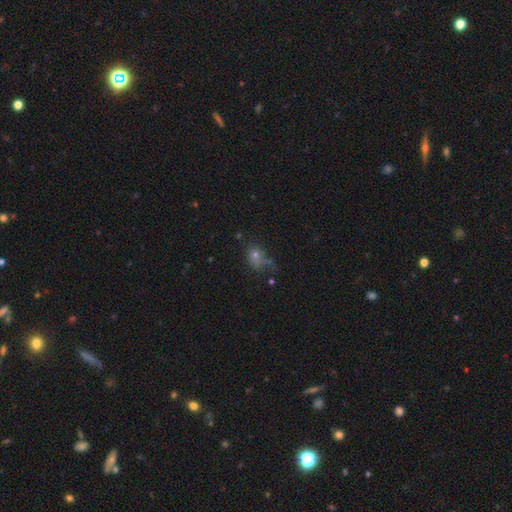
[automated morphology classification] type=smooth (56%); roundness=round (50%); merging=none (47%).